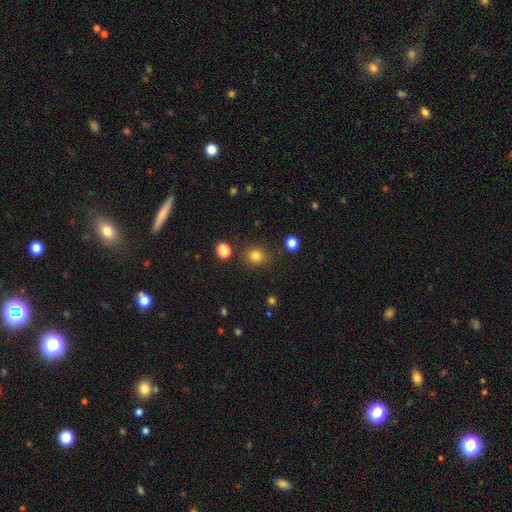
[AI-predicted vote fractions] Smooth or featured? Predicted: smooth (p=0.80). How rounded? Predicted: round (p=0.78). Merging? Predicted: none (p=0.84).